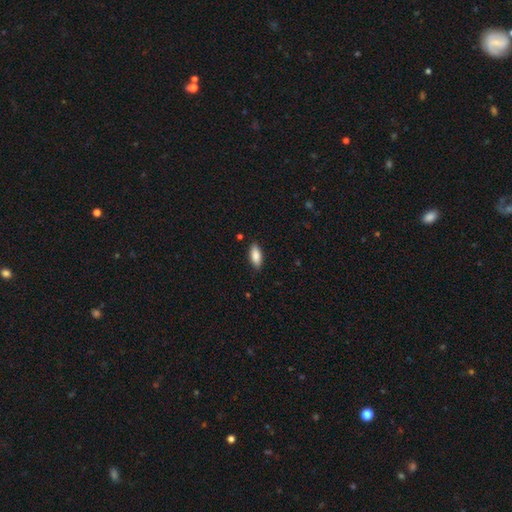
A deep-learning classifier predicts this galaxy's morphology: smooth_or_featured: smooth (p=0.85) [alt: featured or disk p=0.08]
how_rounded: in between (p=0.83) [alt: cigar-shaped p=0.15]
merging: none (p=0.85) [alt: minor disturbance p=0.11]